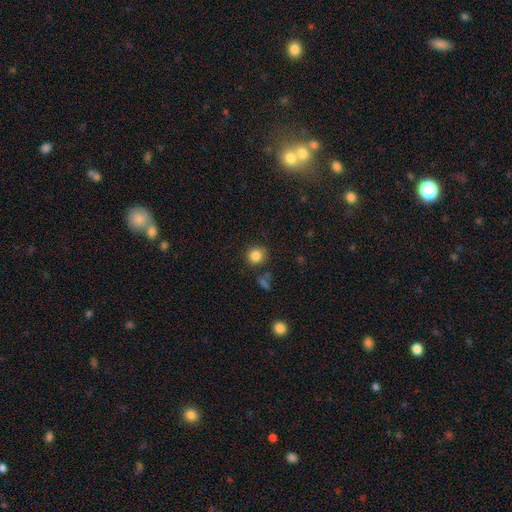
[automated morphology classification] This appears to be a smooth galaxy with no disk features (85%) that is round (90%). Merging: none (82%).